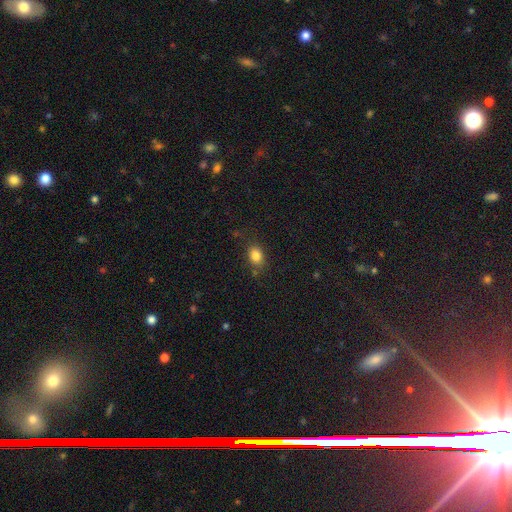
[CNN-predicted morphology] Overall: smooth (83%). How rounded: in between (68%; round 30%). Merging: none (78%).